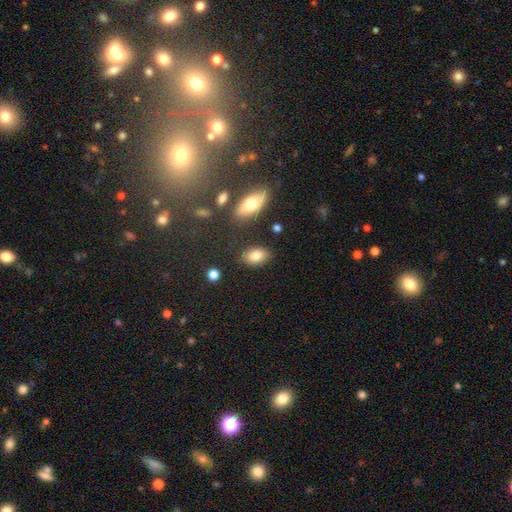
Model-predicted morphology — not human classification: Smooth or featured: smooth — 83% (featured or disk — 9%)
How rounded: in between — 88% (round — 10%)
Merging: none — 82% (minor disturbance — 11%)